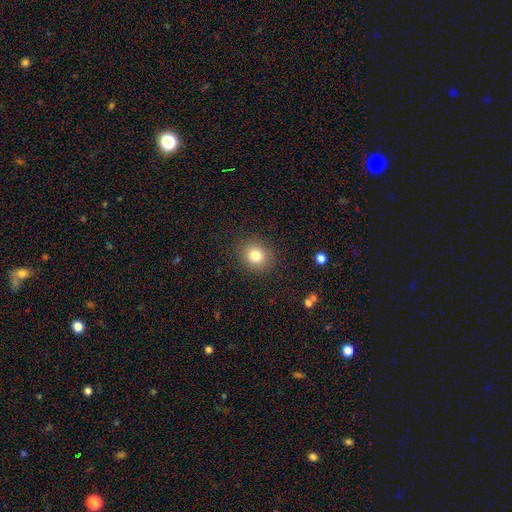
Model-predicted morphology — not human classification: The model was most divided on "how rounded": round: 82%, in between: 17%, cigar-shaped: 1%. More confident: merging — none (88%); smooth or featured — smooth (81%).